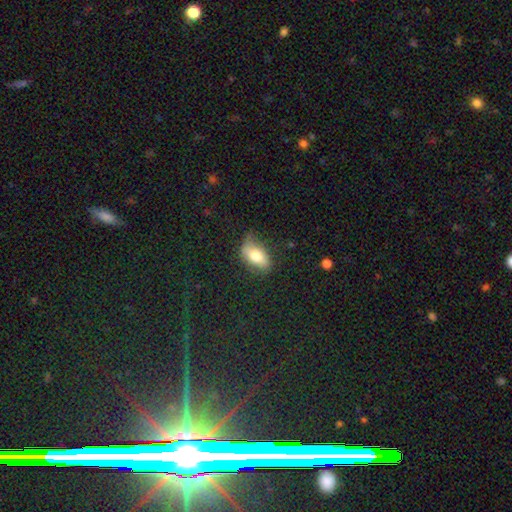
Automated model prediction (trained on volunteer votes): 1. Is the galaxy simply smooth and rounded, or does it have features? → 69% smooth, 23% featured or disk, 8% star or artifact.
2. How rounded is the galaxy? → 88% in between, 7% cigar-shaped, 6% round.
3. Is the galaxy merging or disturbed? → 62% none, 27% minor disturbance, 9% major disturbance, 2% merger.